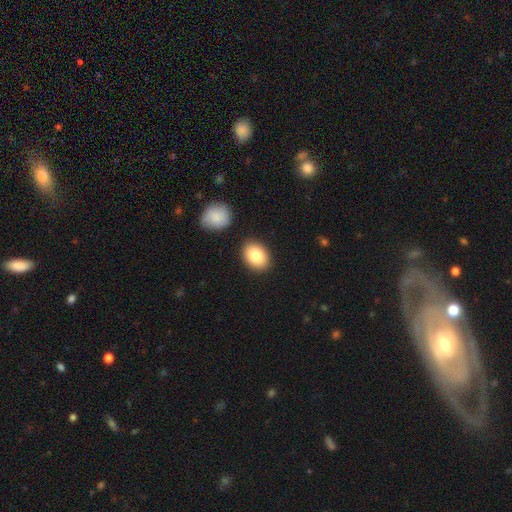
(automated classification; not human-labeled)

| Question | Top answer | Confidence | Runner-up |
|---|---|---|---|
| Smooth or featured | smooth | 85% | featured or disk (8%) |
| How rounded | in between | 70% | round (29%) |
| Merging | none | 85% | minor disturbance (9%) |